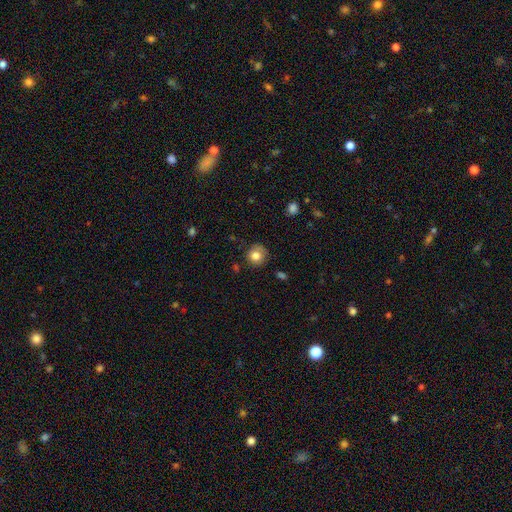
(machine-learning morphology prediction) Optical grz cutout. It shows a smooth galaxy with no disk features (80%) that is round (91%). Merging: none (78%).